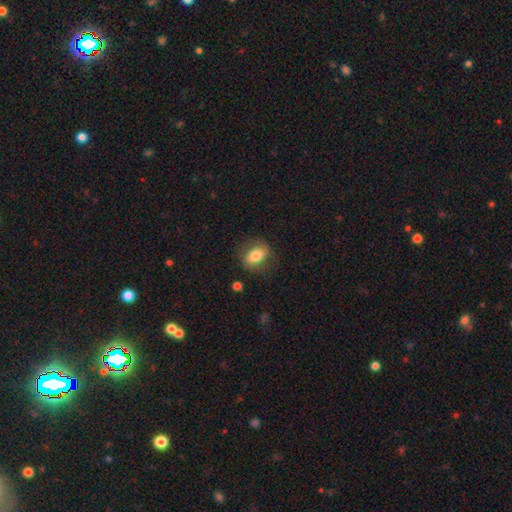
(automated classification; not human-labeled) Overall: smooth (69%). How rounded: in between (77%). Merging: none (75%).